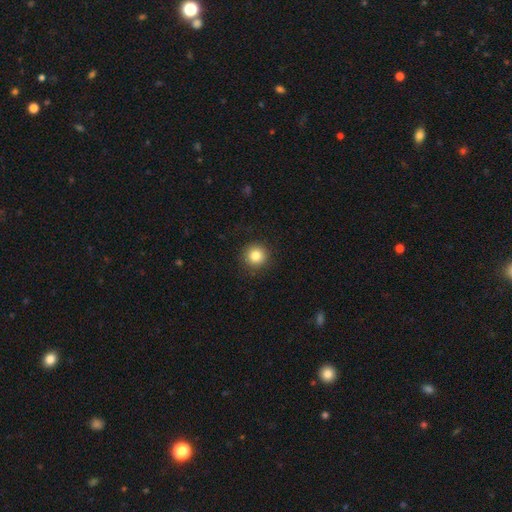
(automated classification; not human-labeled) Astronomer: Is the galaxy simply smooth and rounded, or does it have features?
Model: smooth — 84%.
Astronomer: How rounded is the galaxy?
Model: round — 95%.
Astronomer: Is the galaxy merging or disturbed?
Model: none — 91%.